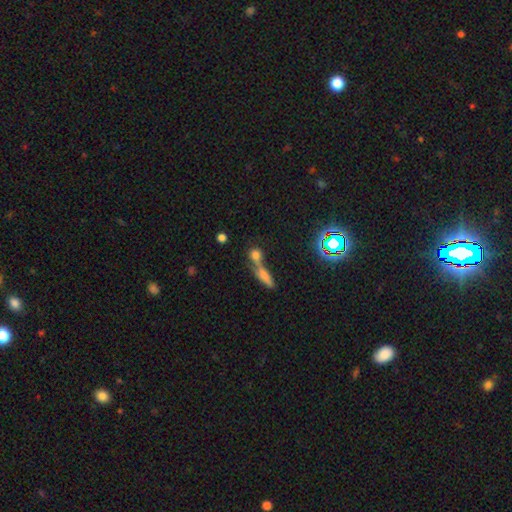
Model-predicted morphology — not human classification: Smooth or featured? smooth (69%)
How rounded? round (55%)
Merging? merger (46%)